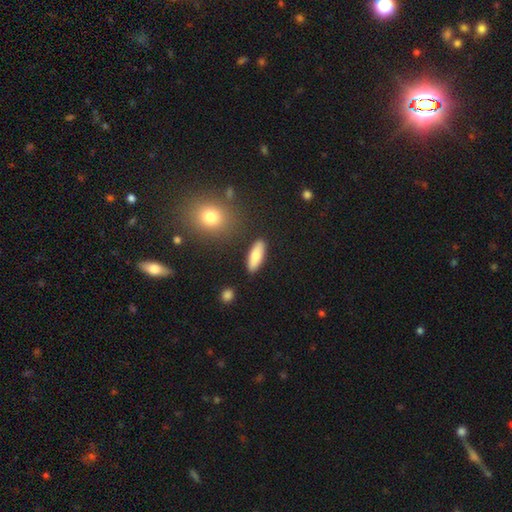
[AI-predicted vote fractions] Smooth or featured? smooth (81%)
How rounded? in between (64%)
Merging? none (86%)